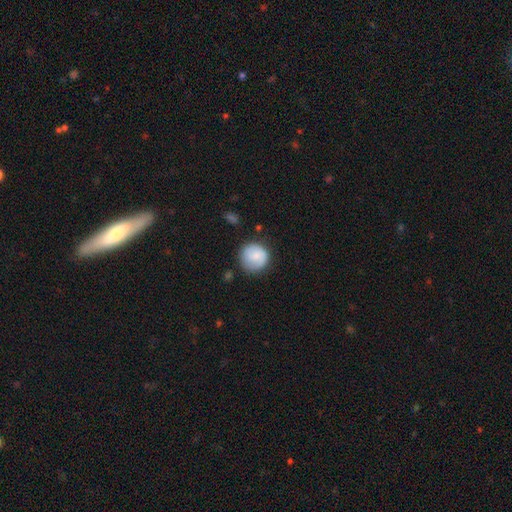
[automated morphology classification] A smooth galaxy with no disk features (77%) that is round (92%).

Vote fractions:
- Smooth or featured? smooth: 77% / featured or disk: 17% / star or artifact: 7%
- How rounded? round: 92% / in between: 7% / cigar-shaped: 1%
- Merging? none: 75% / minor disturbance: 17% / major disturbance: 5% / merger: 2%